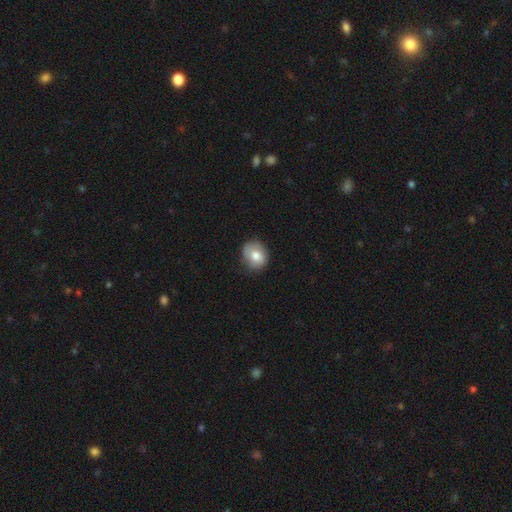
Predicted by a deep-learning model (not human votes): Overall: smooth (76%). How rounded: round (62%; in between 37%). Merging: none (69%).